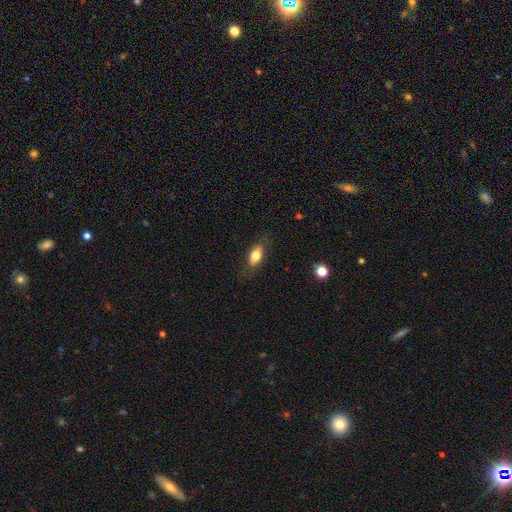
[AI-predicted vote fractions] smooth_or_featured: smooth (p=0.75) [alt: featured or disk p=0.17]
how_rounded: in between (p=0.83) [alt: cigar-shaped p=0.11]
merging: none (p=0.79) [alt: minor disturbance p=0.15]